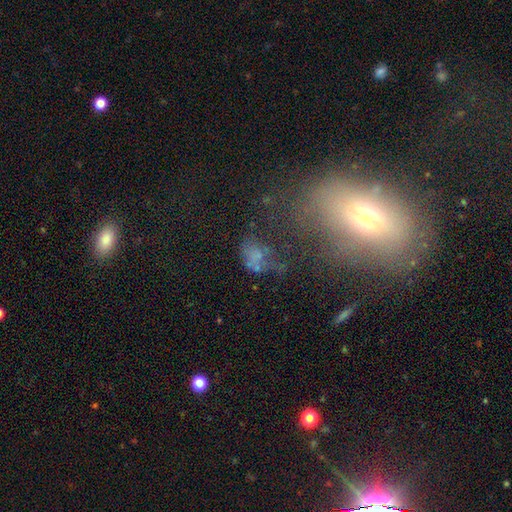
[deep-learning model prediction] The model was most divided on "merging": none: 31%, major disturbance: 30%, merger: 21%, minor disturbance: 18%. Remaining: smooth or featured — smooth (44%).